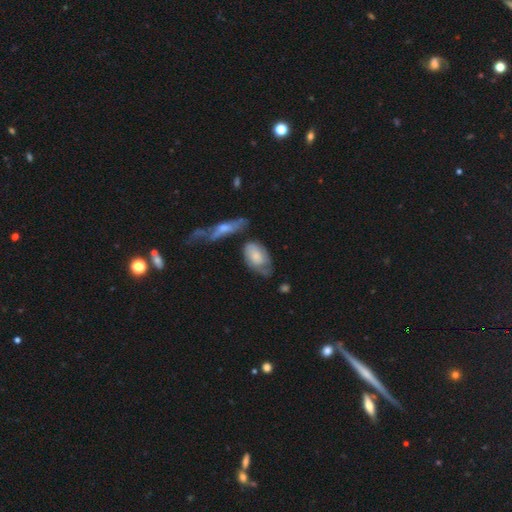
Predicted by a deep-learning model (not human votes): Smooth or featured?
  - smooth: 56% *
  - featured or disk: 38%
  - star or artifact: 6%
How rounded?
  - in between: 90% *
  - round: 7%
  - cigar-shaped: 4%
Merging?
  - none: 43% *
  - minor disturbance: 31%
  - major disturbance: 15%
  - merger: 11%